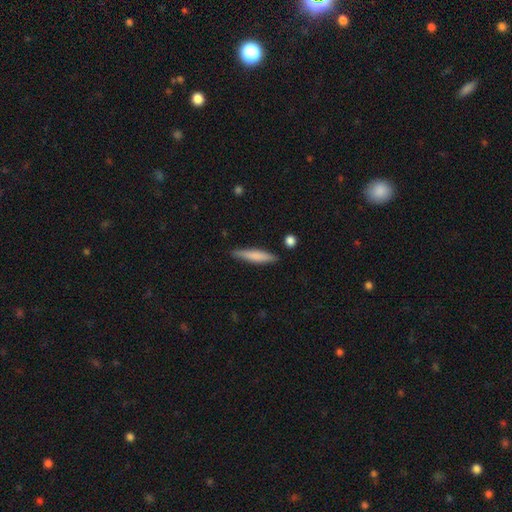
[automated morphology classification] Q: Smooth or featured?
A: smooth (71%); runner-up: featured or disk (23%)
Q: How rounded?
A: cigar-shaped (88%); runner-up: in between (10%)
Q: Merging?
A: none (85%); runner-up: minor disturbance (11%)